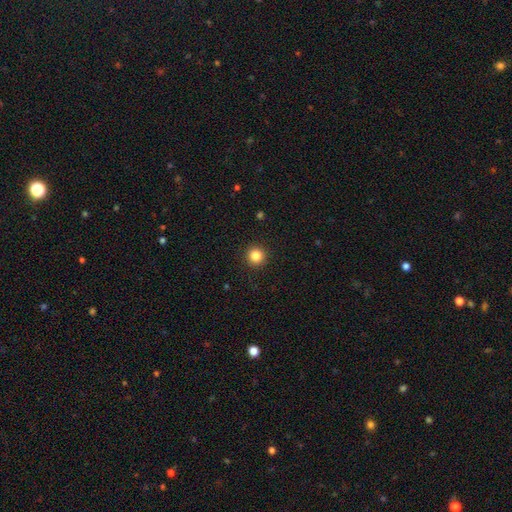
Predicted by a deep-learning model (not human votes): smooth_or_featured: smooth (p=0.84) [alt: star or artifact p=0.11]
how_rounded: round (p=0.95) [alt: in between p=0.04]
merging: none (p=0.93) [alt: minor disturbance p=0.05]